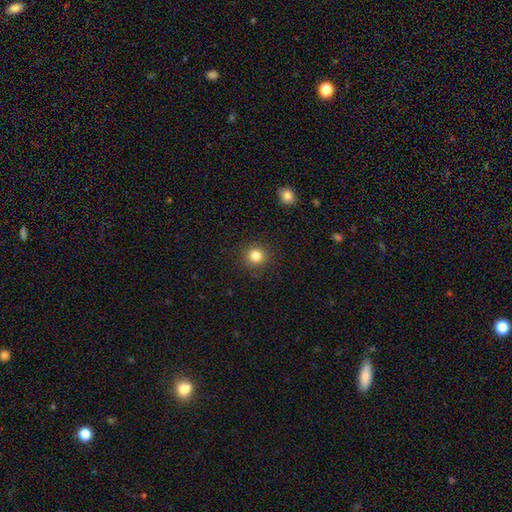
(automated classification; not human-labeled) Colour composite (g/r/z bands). It shows a smooth galaxy with no disk features (83%) that is round (93%). Merging: none (90%).